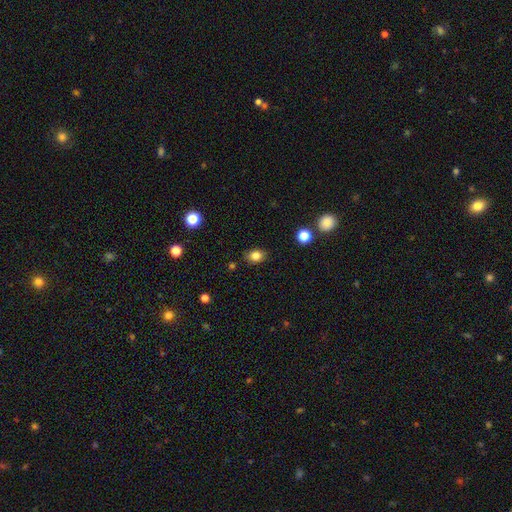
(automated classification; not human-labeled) smooth_or_featured: smooth (p=0.81) [alt: star or artifact p=0.12]
how_rounded: in between (p=0.53) [alt: round p=0.45]
merging: none (p=0.83) [alt: minor disturbance p=0.13]